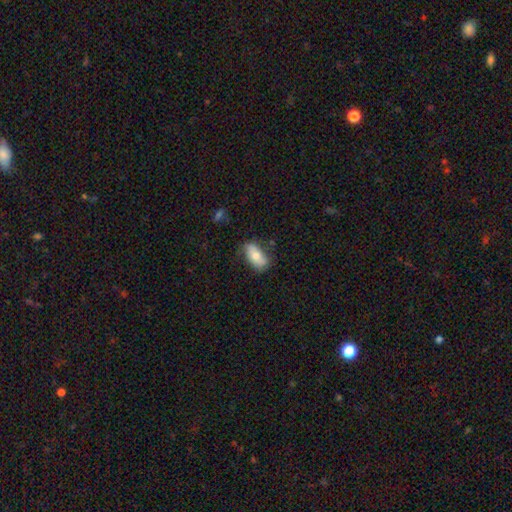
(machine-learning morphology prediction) smooth_or_featured: smooth (p=0.70) [alt: featured or disk p=0.24]
how_rounded: in between (p=0.89) [alt: cigar-shaped p=0.07]
merging: none (p=0.70) [alt: minor disturbance p=0.23]